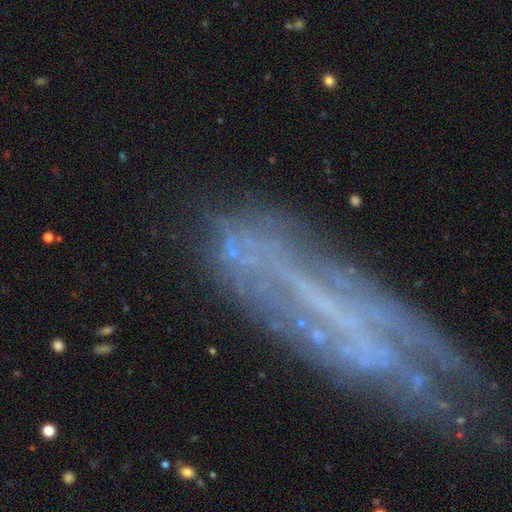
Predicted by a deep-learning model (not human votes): Smooth or featured?
  - featured or disk: 55% *
  - star or artifact: 25%
  - smooth: 19%
Edge-on disk?
  - no: 77% *
  - yes: 23%
Merging?
  - none: 60% *
  - minor disturbance: 21%
  - major disturbance: 15%
  - merger: 4%